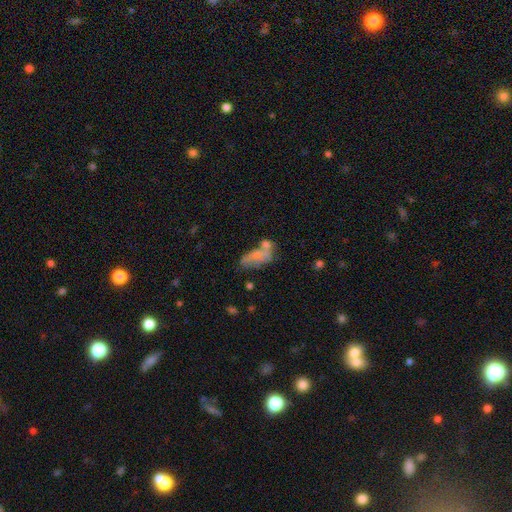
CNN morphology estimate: This is possibly a smooth galaxy (58%). How rounded: clearly in between (81%). Merging: marginally none (35%).